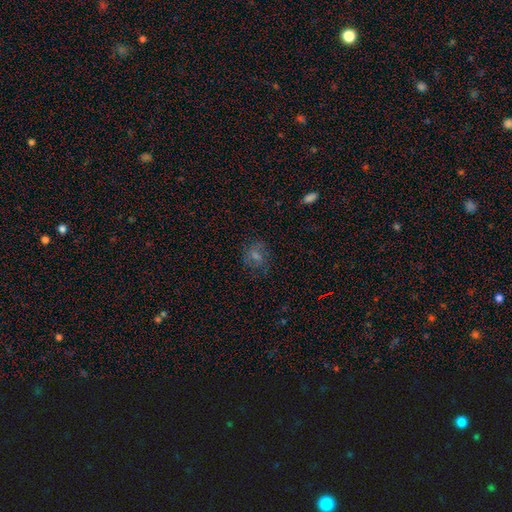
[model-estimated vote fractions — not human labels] Overall: smooth (39%; featured or disk 35%). Merging: none (76%).